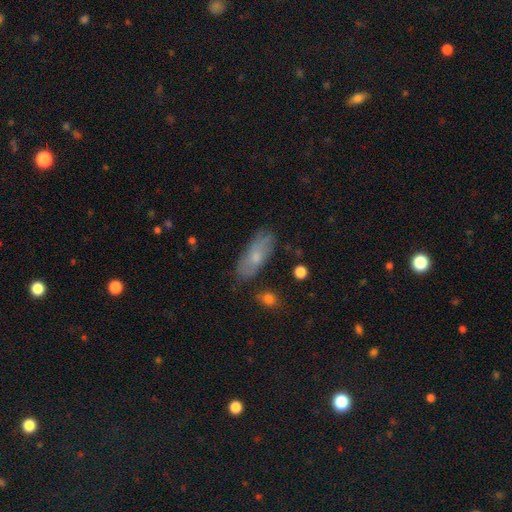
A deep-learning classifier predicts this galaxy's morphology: smooth-or-featured: smooth: 64% | featured or disk: 29% | star or artifact: 7%
  how-rounded: in between: 76% | cigar-shaped: 21% | round: 3%
  merging: none: 73% | minor disturbance: 19% | major disturbance: 5% | merger: 3%